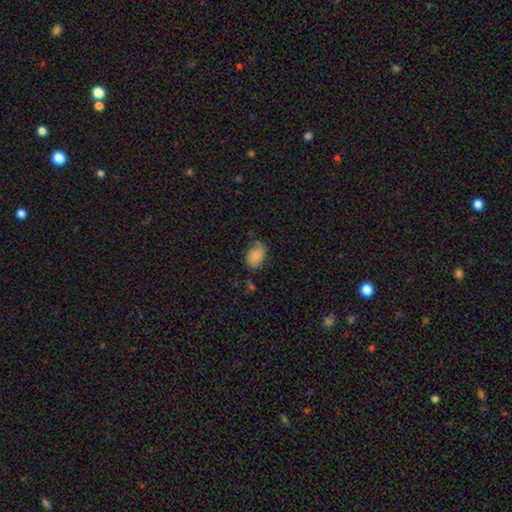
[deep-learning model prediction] Q: Smooth or featured?
A: smooth (76%); runner-up: featured or disk (16%)
Q: How rounded?
A: in between (85%); runner-up: round (14%)
Q: Merging?
A: none (54%); runner-up: minor disturbance (32%)